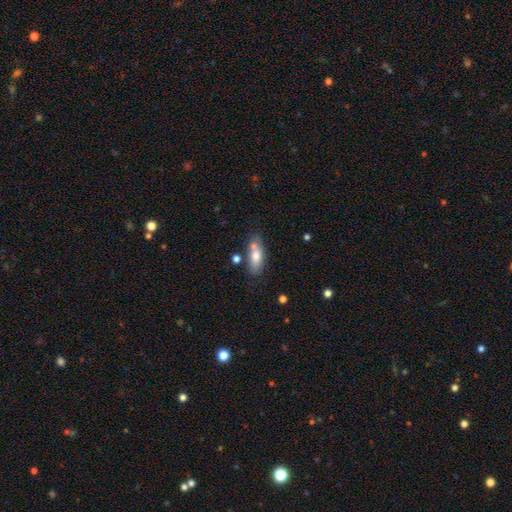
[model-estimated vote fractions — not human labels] This is likely a smooth galaxy (68%). How rounded: likely in between (68%). Merging: likely none (66%).